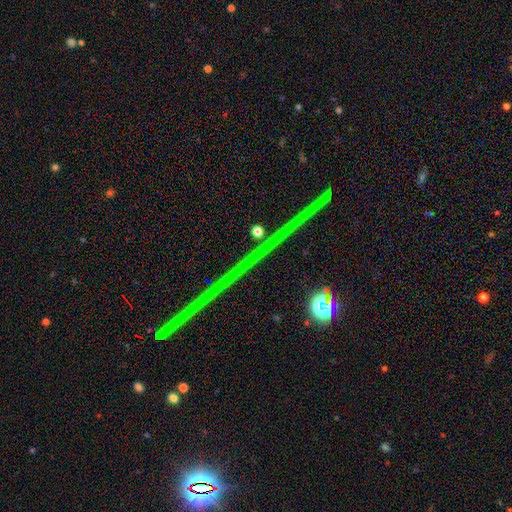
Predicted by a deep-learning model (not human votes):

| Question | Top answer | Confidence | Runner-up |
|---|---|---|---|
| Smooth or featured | star or artifact | 78% | featured or disk (14%) |